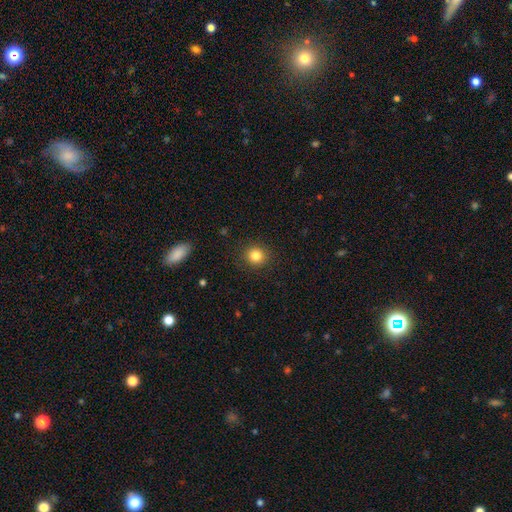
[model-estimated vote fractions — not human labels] Morphology: type=smooth (83%); roundness=round (90%); merging=none (90%).